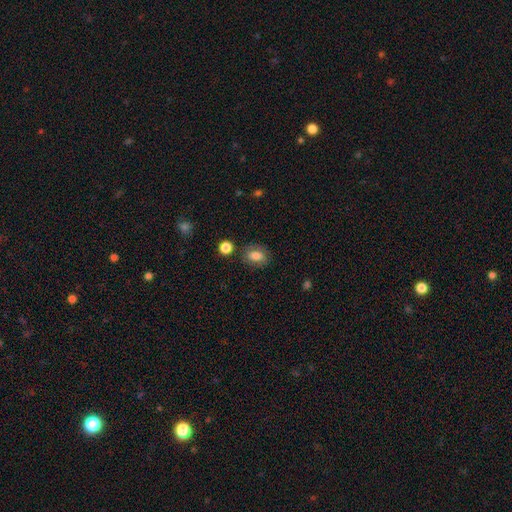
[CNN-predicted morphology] smooth 79%, featured or disk 12%, star or artifact 9%. Down the decision tree: how rounded — in between (78%); merging — none (78%).